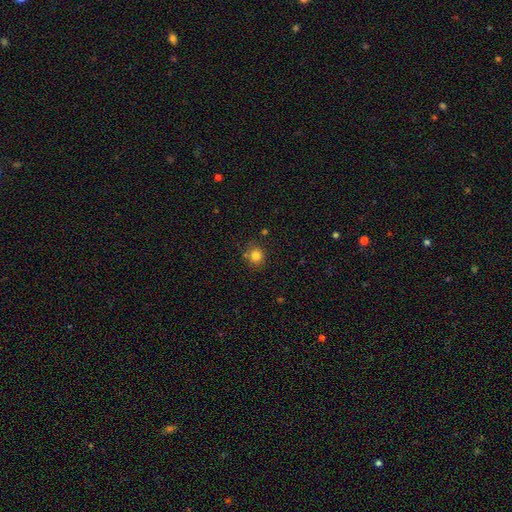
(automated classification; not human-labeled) A smooth galaxy with no disk features (82%) that is round (85%).

Vote fractions:
- Smooth or featured? smooth: 82% / star or artifact: 13% / featured or disk: 6%
- How rounded? round: 85% / in between: 14% / cigar-shaped: 1%
- Merging? none: 79% / minor disturbance: 13% / merger: 6% / major disturbance: 3%